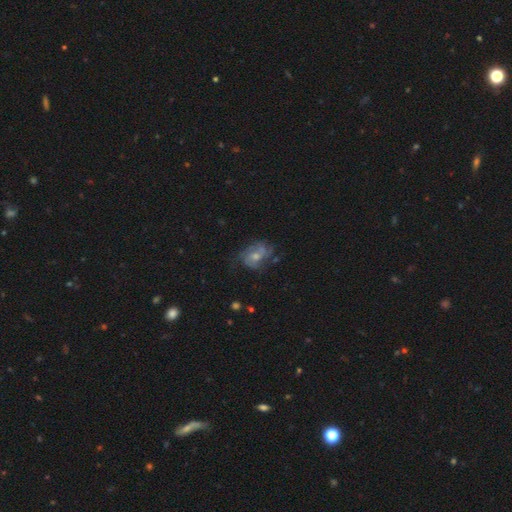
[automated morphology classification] Overall: featured or disk (62%; smooth 28%). Edge-on disk: no (97%). Bar: no (68%). Spiral arms: yes (74%). Bulge size: moderate (55%; small 35%). Merging: none (52%; minor disturbance 26%).